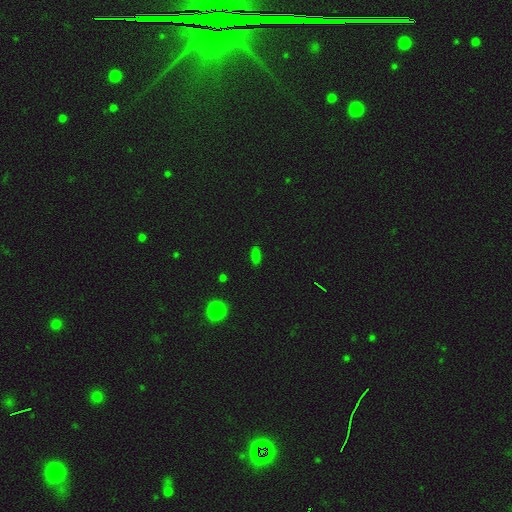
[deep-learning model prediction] Overall: smooth (78%). How rounded: in between (77%). Merging: none (85%).